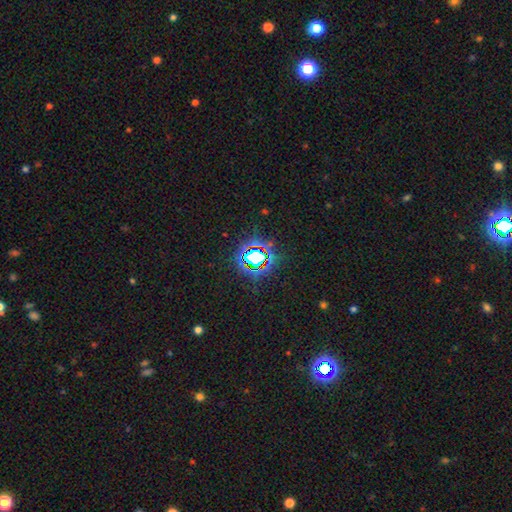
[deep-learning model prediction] smooth_or_featured: star or artifact (p=0.72) [alt: smooth p=0.17]